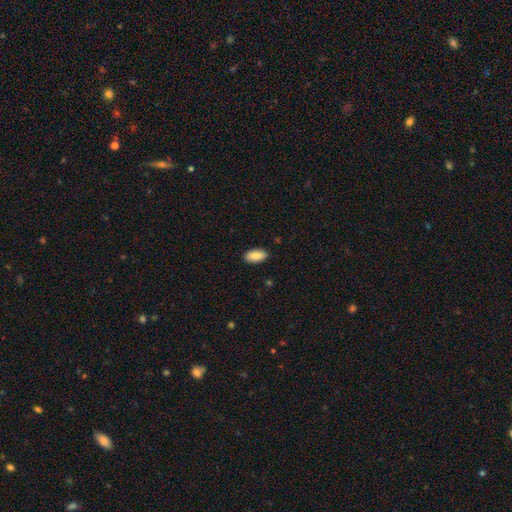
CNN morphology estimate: Overall: smooth (87%). How rounded: in between (93%). Merging: none (88%).